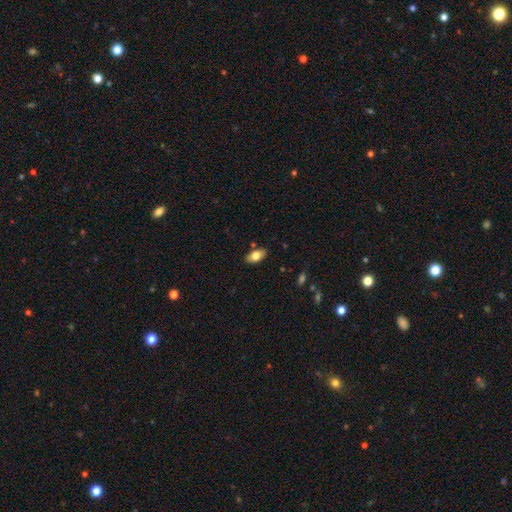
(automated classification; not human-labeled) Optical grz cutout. It shows a smooth galaxy with no disk features (76%) that is in between round and cigar-shaped (91%). Merging: none (84%).